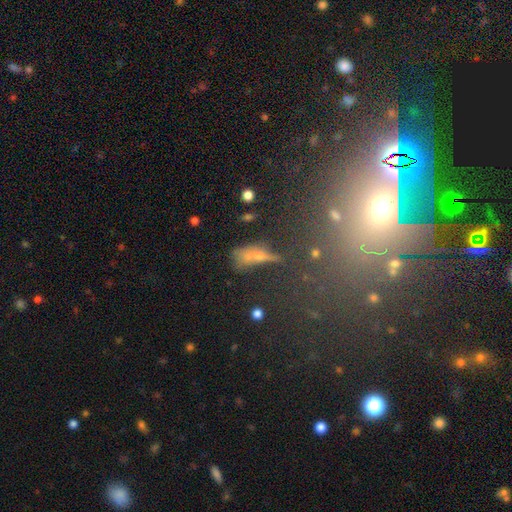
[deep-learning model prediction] Overall: smooth (45%; featured or disk 30%). Merging: none (34%; merger 24%).